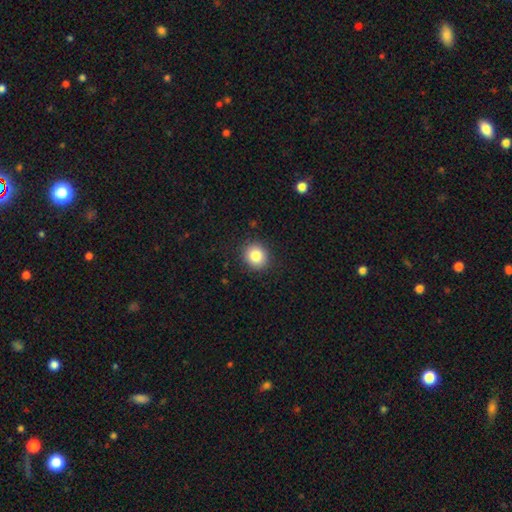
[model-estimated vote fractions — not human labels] This is clearly a smooth galaxy (84%). How rounded: clearly round (83%). Merging: clearly none (90%).